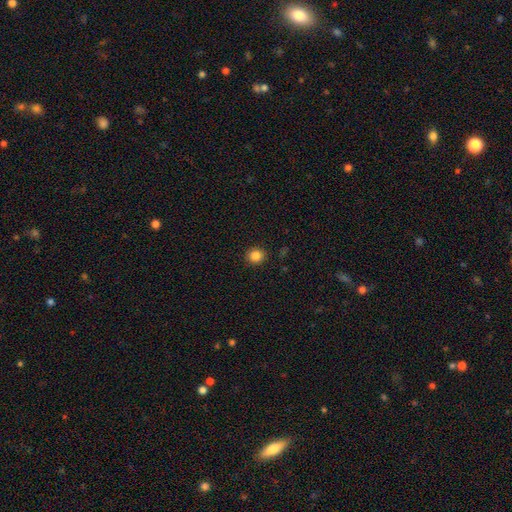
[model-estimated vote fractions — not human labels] smooth-or-featured: smooth: 85% | star or artifact: 11% | featured or disk: 4%
  how-rounded: round: 87% | in between: 12% | cigar-shaped: 1%
  merging: none: 91% | minor disturbance: 6% | major disturbance: 2% | merger: 1%